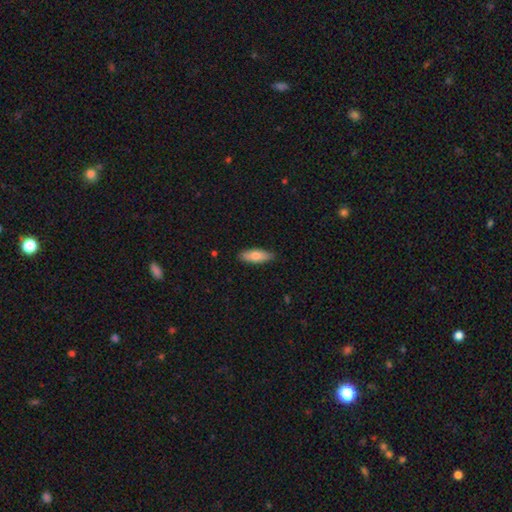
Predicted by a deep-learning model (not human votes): This is likely a smooth galaxy (78%). How rounded: likely in between (61%). Merging: clearly none (86%).